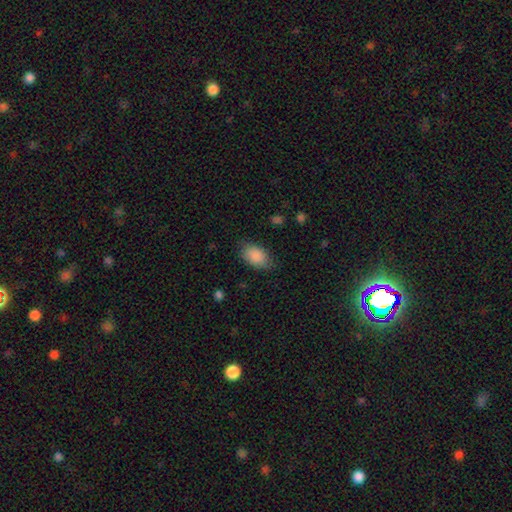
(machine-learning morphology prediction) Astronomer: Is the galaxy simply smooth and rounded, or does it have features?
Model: smooth — 88%.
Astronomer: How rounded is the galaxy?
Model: in between — 91%.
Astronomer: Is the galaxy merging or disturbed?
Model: none — 78%.